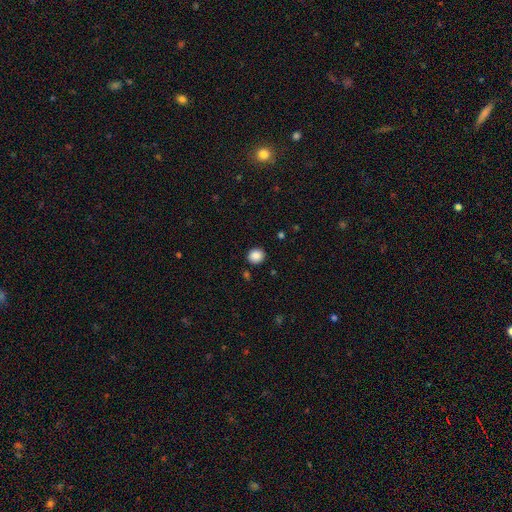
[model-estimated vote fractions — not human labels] Smooth or featured? smooth (87%)
How rounded? round (85%)
Merging? none (90%)